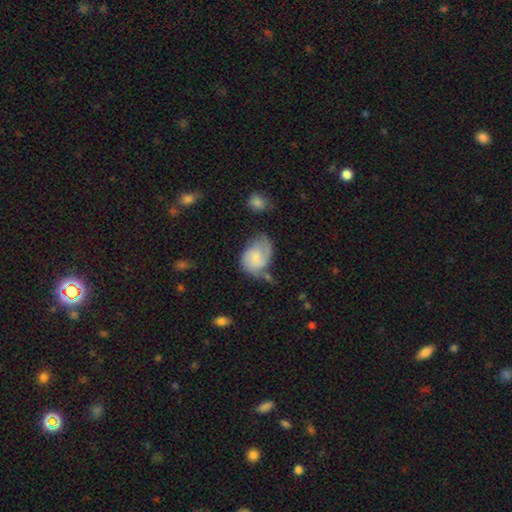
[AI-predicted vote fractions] smooth-or-featured: smooth: 54% | featured or disk: 39% | star or artifact: 7%
  how-rounded: in between: 72% | round: 27% | cigar-shaped: 1%
  merging: none: 35% | minor disturbance: 34% | major disturbance: 21% | merger: 9%